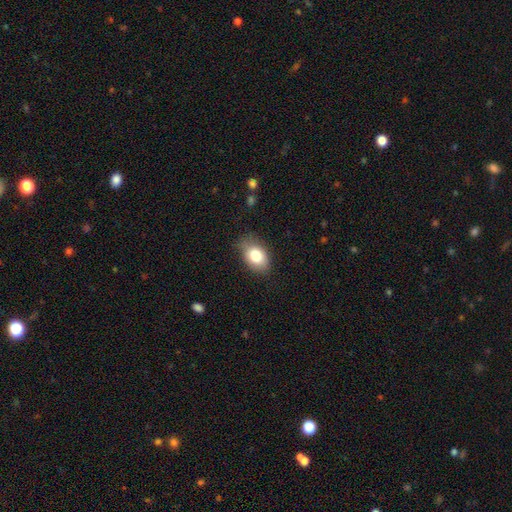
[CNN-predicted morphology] smooth_or_featured: smooth (p=0.80) [alt: featured or disk p=0.12]
how_rounded: in between (p=0.83) [alt: round p=0.16]
merging: none (p=0.73) [alt: minor disturbance p=0.21]